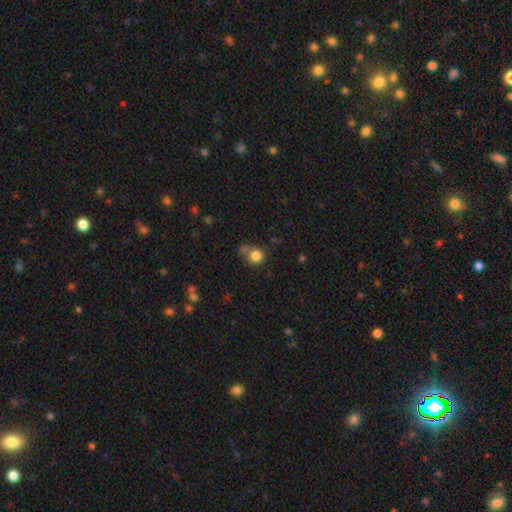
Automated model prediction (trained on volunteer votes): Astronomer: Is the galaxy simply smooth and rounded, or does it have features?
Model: smooth — 82%.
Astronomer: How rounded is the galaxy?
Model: round — 87%.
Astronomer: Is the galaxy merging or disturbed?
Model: none — 53%.